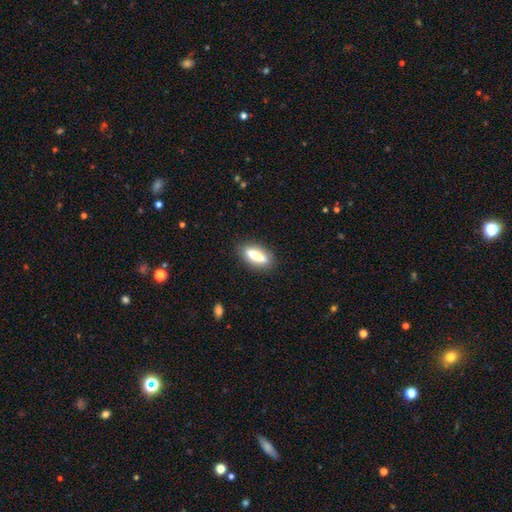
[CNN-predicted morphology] This is likely a smooth galaxy (71%). How rounded: possibly cigar-shaped (54%). Merging: clearly none (86%).